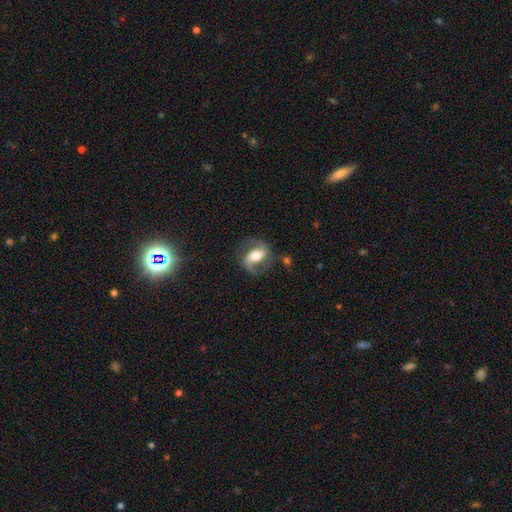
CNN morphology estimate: Q: Smooth or featured?
A: featured or disk (80%); runner-up: smooth (14%)
Q: Edge-on disk?
A: no (96%); runner-up: yes (4%)
Q: Bar?
A: strong (42%); runner-up: weak (34%)
Q: Spiral arms?
A: yes (92%); runner-up: no (8%)
Q: Spiral winding?
A: medium (50%); runner-up: loose (32%)
Q: Spiral arm count?
A: 2 (89%); runner-up: 1 (4%)
Q: Bulge size?
A: moderate (63%); runner-up: large (21%)
Q: Merging?
A: none (74%); runner-up: minor disturbance (14%)